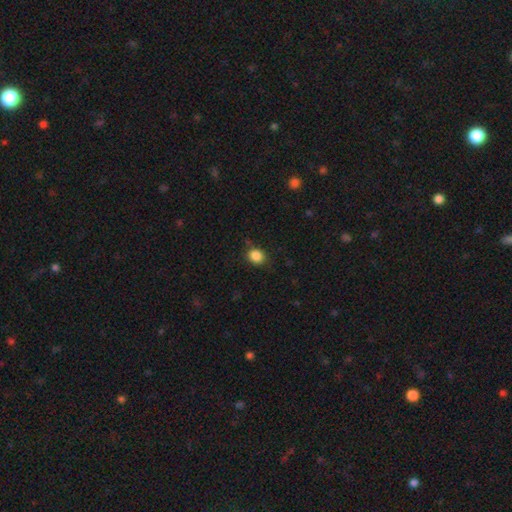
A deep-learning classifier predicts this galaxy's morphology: smooth 86%, star or artifact 10%, featured or disk 4%. Down the decision tree: how rounded — round (70%); merging — none (82%).